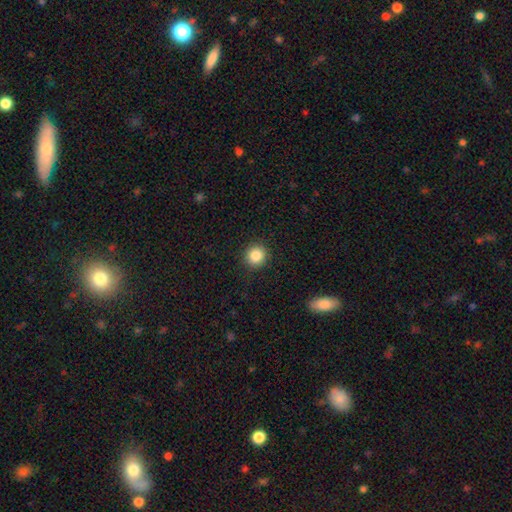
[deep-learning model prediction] smooth_or_featured: smooth (p=0.85) [alt: star or artifact p=0.10]
how_rounded: round (p=0.93) [alt: in between p=0.06]
merging: none (p=0.91) [alt: minor disturbance p=0.06]